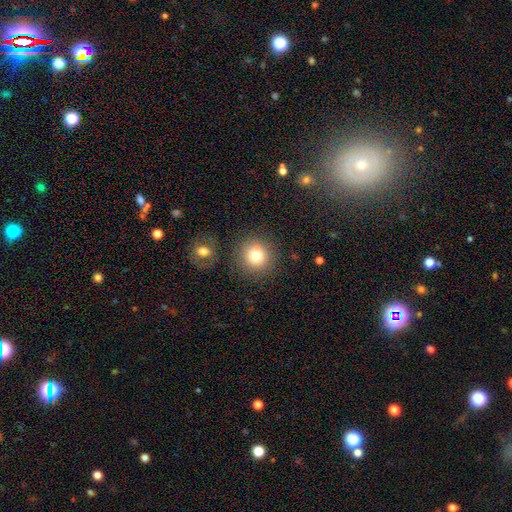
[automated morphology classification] A smooth galaxy with no disk features (77%) that is round (93%).

Vote fractions:
- Smooth or featured? smooth: 77% / star or artifact: 12% / featured or disk: 11%
- How rounded? round: 93% / in between: 6% / cigar-shaped: 1%
- Merging? none: 81% / minor disturbance: 9% / merger: 7% / major disturbance: 4%